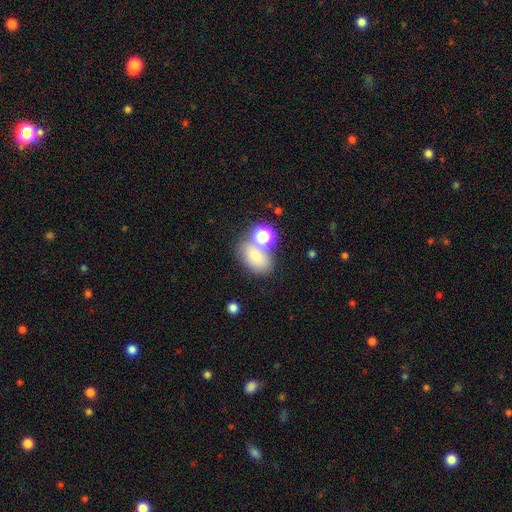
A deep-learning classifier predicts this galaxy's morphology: Smooth or featured? Predicted: smooth (p=0.70). How rounded? Predicted: in between (p=0.73). Merging? Predicted: none (p=0.53).